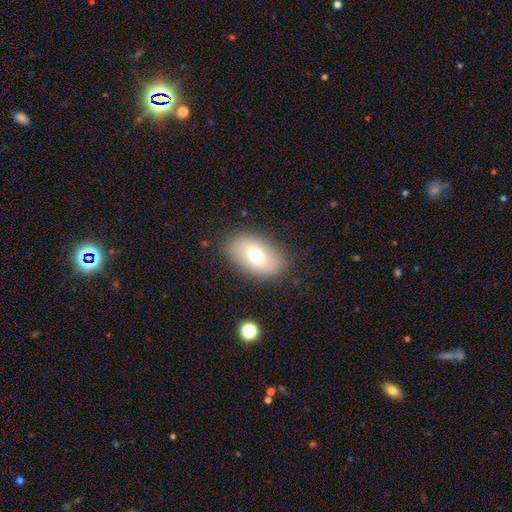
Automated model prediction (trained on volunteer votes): Overall: smooth (69%). How rounded: in between (91%). Merging: none (85%).